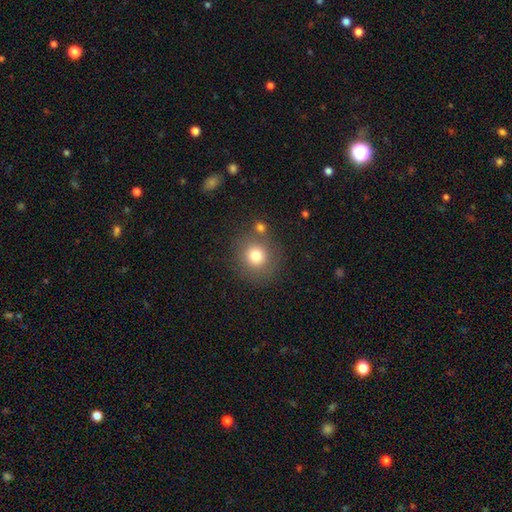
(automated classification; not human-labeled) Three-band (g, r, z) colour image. It shows a smooth galaxy with no disk features (77%) that is round (88%). Merging: none (75%).